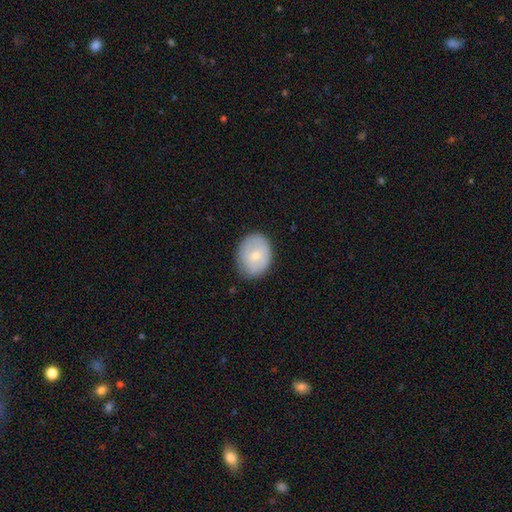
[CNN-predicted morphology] smooth 66%, featured or disk 26%, star or artifact 7%. Down the decision tree: how rounded — in between (53%); merging — none (78%).